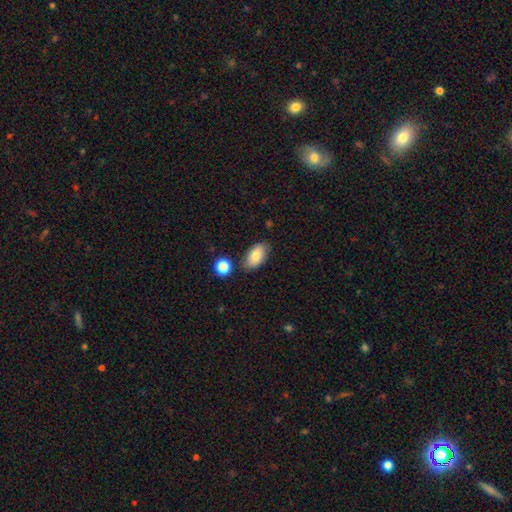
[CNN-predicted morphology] smooth_or_featured: smooth (p=0.82) [alt: featured or disk p=0.10]
how_rounded: in between (p=0.93) [alt: round p=0.05]
merging: none (p=0.80) [alt: minor disturbance p=0.13]